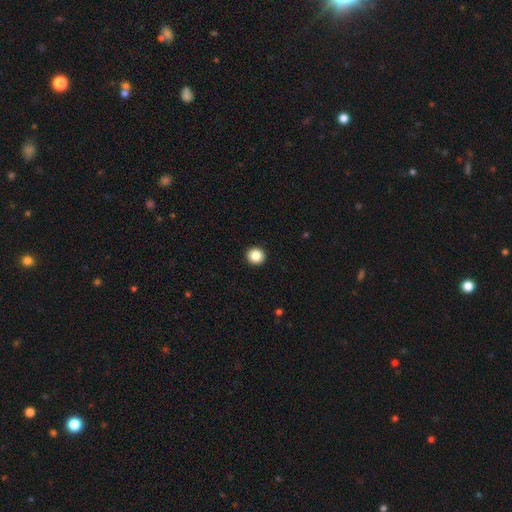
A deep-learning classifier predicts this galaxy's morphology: A smooth galaxy with no disk features (87%) that is round (92%).

Vote fractions:
- Smooth or featured? smooth: 87% / star or artifact: 9% / featured or disk: 4%
- How rounded? round: 92% / in between: 7% / cigar-shaped: 1%
- Merging? none: 94% / minor disturbance: 4% / major disturbance: 1% / merger: 1%